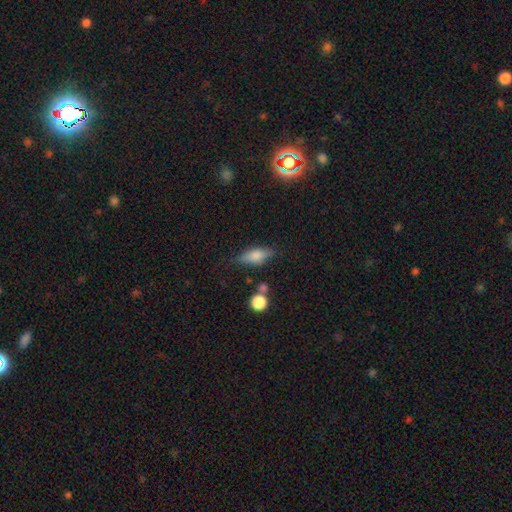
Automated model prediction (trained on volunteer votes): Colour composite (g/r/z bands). It shows a smooth galaxy with no disk features (56%) that is in between round and cigar-shaped (67%). Merging: none (76%).